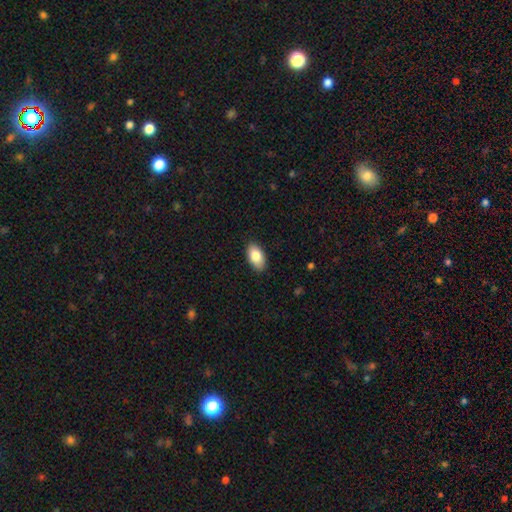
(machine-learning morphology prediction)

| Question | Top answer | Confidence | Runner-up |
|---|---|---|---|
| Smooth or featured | smooth | 84% | featured or disk (9%) |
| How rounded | in between | 94% | round (4%) |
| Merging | none | 88% | minor disturbance (9%) |